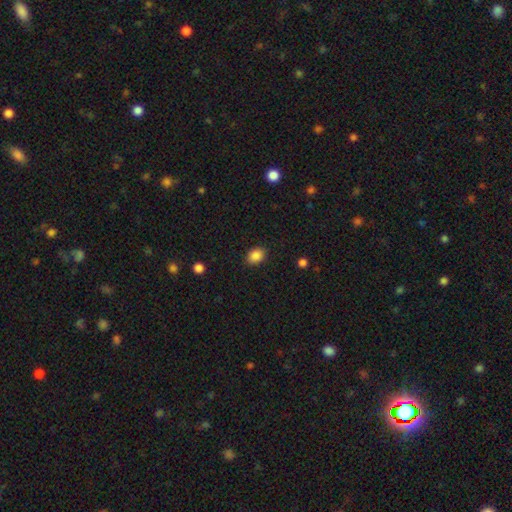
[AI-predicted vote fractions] Smooth or featured: smooth — 87% (star or artifact — 9%)
How rounded: in between — 61% (round — 38%)
Merging: none — 87% (minor disturbance — 9%)